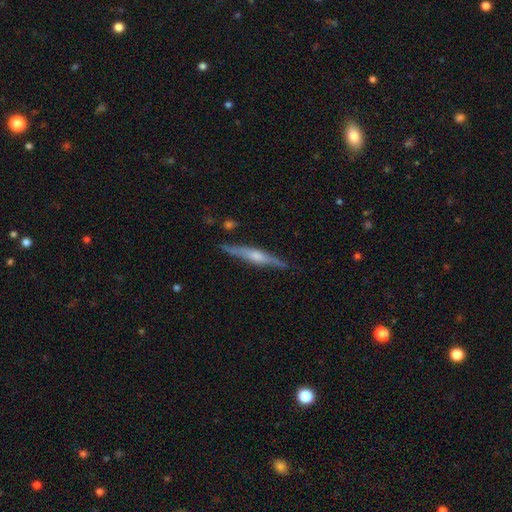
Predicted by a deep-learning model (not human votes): Smooth or featured? Predicted: featured or disk (p=0.71). Edge-on disk? Predicted: yes (p=0.96). Edge-on bulge? Predicted: rounded (p=0.75). Merging? Predicted: none (p=0.84).